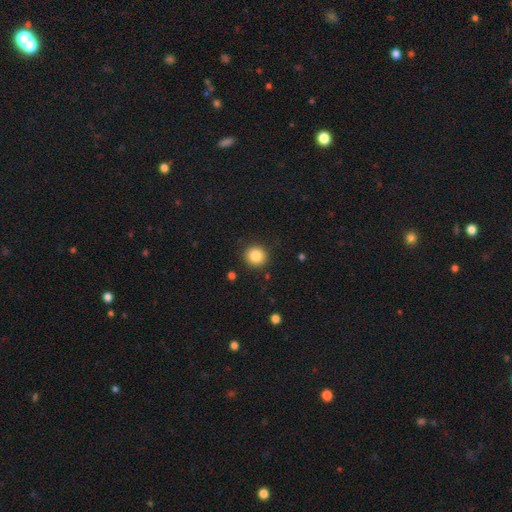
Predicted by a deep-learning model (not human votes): This is clearly a smooth galaxy (86%). How rounded: clearly round (91%). Merging: clearly none (90%).